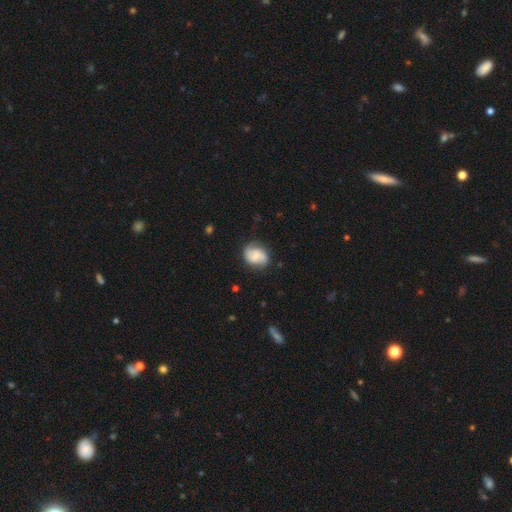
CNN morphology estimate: A featured or disk galaxy (50%). Merging: none (70%).